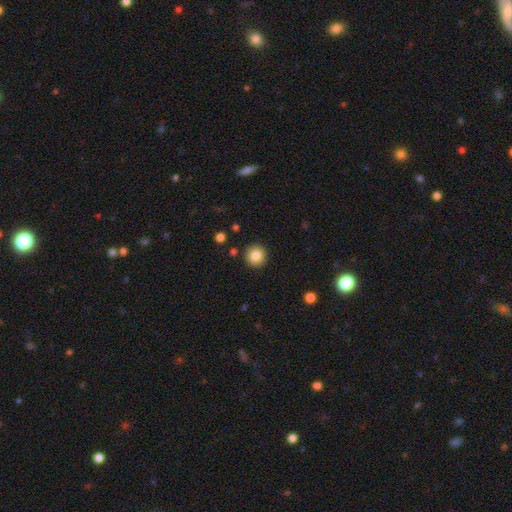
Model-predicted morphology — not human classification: Smooth or featured? Predicted: smooth (p=0.85). How rounded? Predicted: round (p=0.93). Merging? Predicted: none (p=0.91).